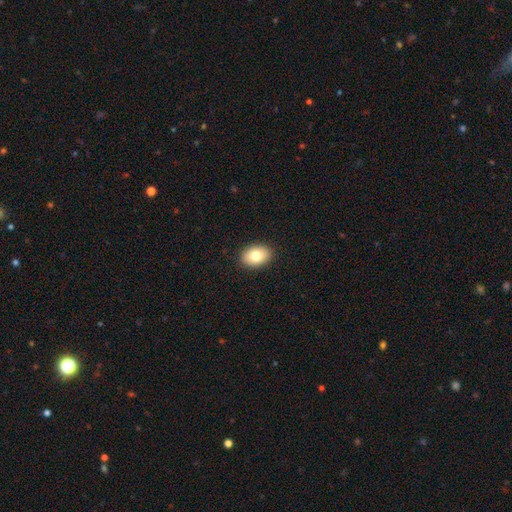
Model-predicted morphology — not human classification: A smooth galaxy with no disk features (80%) that is in between round and cigar-shaped (80%).

Vote fractions:
- Smooth or featured? smooth: 80% / featured or disk: 12% / star or artifact: 8%
- How rounded? in between: 80% / round: 19% / cigar-shaped: 1%
- Merging? none: 90% / minor disturbance: 7% / major disturbance: 2% / merger: 1%